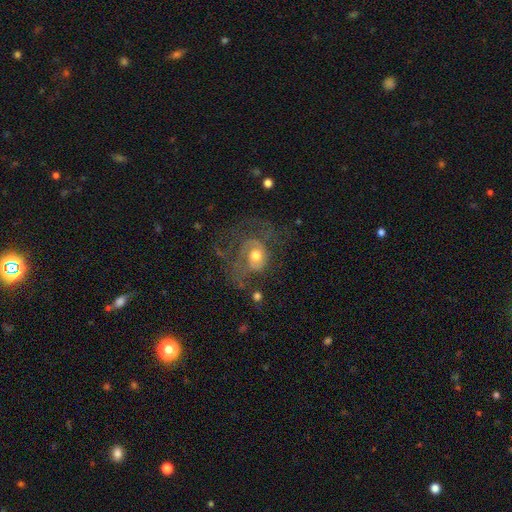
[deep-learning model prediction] This appears to be a featured or disk galaxy (66%) with no bar (79%), spiral arms (72%) and a moderate central bulge (69%). Merging: none (42%).